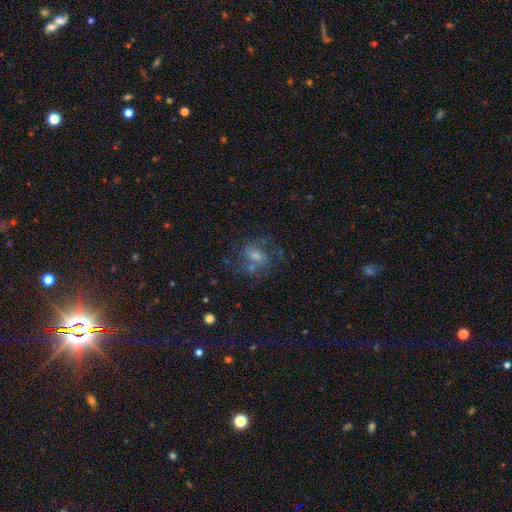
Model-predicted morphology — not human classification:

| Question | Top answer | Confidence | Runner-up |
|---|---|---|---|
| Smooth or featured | featured or disk | 52% | smooth (27%) |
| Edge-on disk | no | 96% | yes (4%) |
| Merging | none | 58% | minor disturbance (17%) |